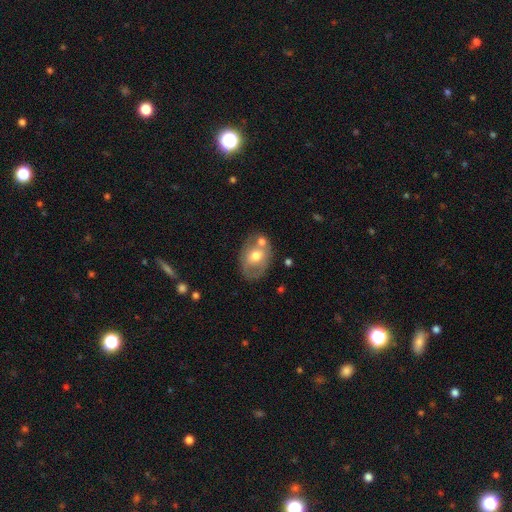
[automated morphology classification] The model was most divided on "smooth or featured": smooth: 53%, featured or disk: 39%, star or artifact: 8%. More confident: how rounded — in between (70%); merging — none (54%).